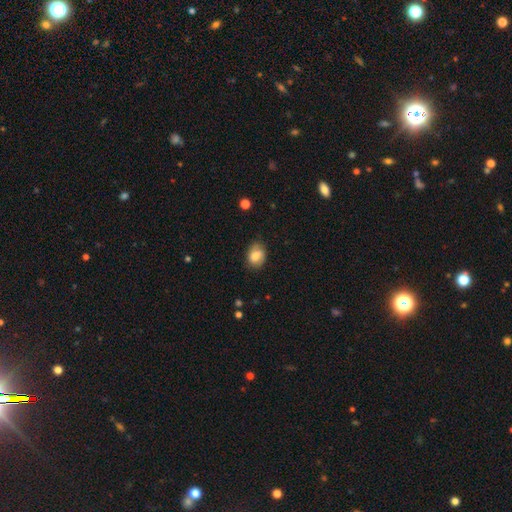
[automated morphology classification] smooth 79%, featured or disk 13%, star or artifact 8%. Down the decision tree: how rounded — in between (65%); merging — none (75%).